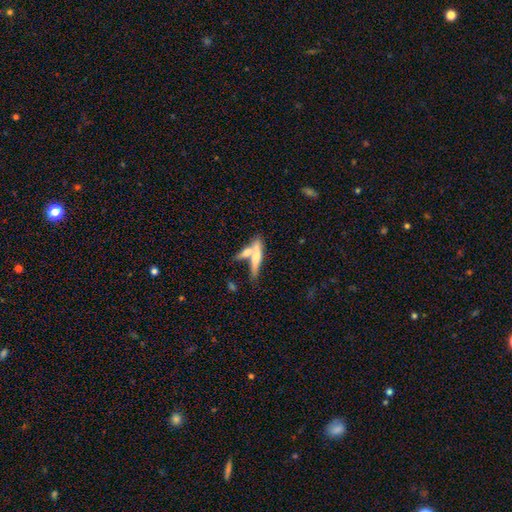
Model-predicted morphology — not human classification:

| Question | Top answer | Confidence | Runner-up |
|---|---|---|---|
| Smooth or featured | smooth | 58% | featured or disk (36%) |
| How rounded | cigar-shaped | 78% | in between (19%) |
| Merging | merger | 43% | none (41%) |